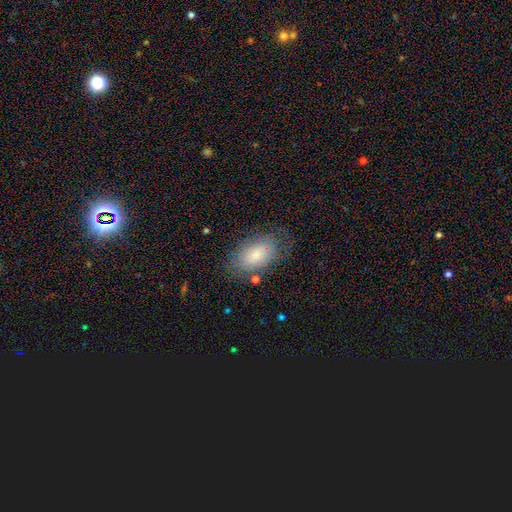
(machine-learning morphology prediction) This is likely a smooth galaxy (72%). How rounded: clearly in between (91%). Merging: likely none (62%).